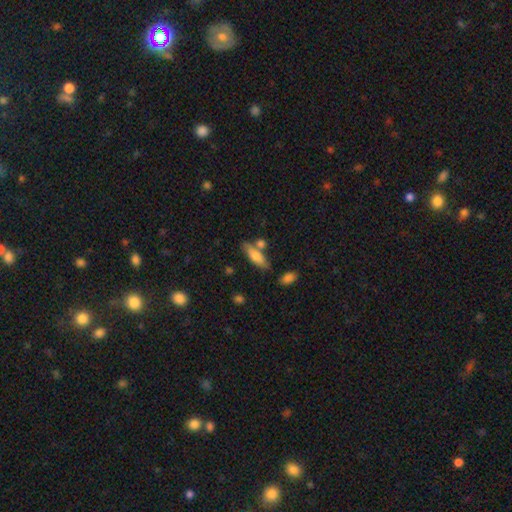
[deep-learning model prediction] smooth-or-featured: smooth: 74% | featured or disk: 19% | star or artifact: 7%
  how-rounded: in between: 53% | cigar-shaped: 44% | round: 3%
  merging: none: 63% | merger: 17% | minor disturbance: 15% | major disturbance: 4%